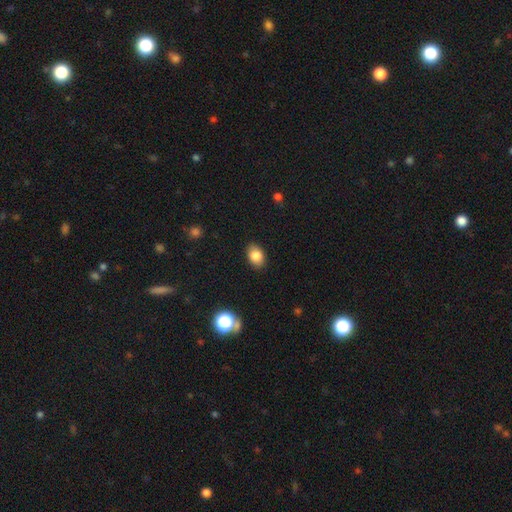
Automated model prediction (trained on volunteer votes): Q: Smooth or featured?
A: smooth (84%); runner-up: star or artifact (9%)
Q: How rounded?
A: in between (80%); runner-up: round (19%)
Q: Merging?
A: none (87%); runner-up: minor disturbance (9%)